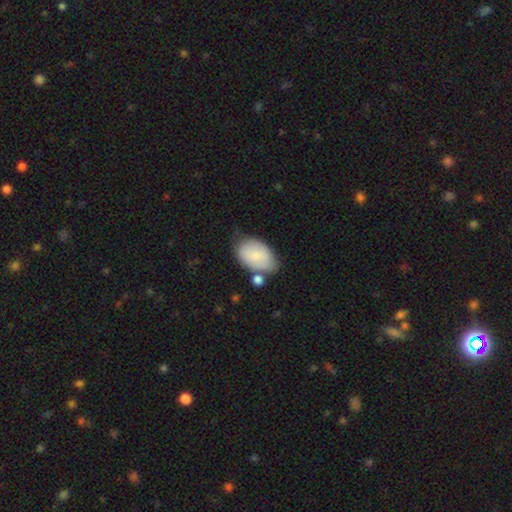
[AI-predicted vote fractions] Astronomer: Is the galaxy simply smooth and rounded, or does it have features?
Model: smooth — 78%.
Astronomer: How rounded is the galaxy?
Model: in between — 91%.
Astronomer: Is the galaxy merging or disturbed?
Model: none — 57%.